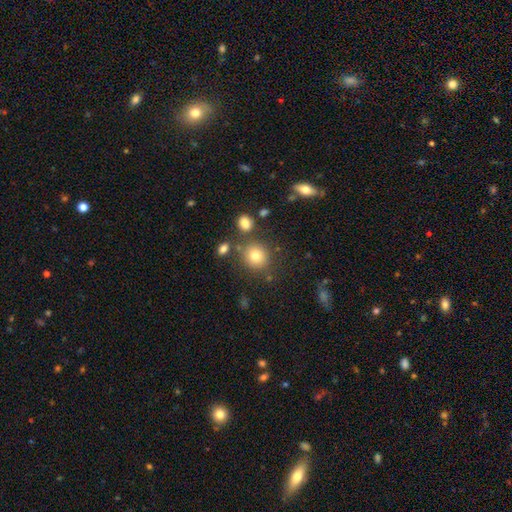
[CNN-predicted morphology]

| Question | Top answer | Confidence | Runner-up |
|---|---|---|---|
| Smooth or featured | smooth | 78% | star or artifact (13%) |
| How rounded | round | 86% | in between (13%) |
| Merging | none | 79% | minor disturbance (10%) |